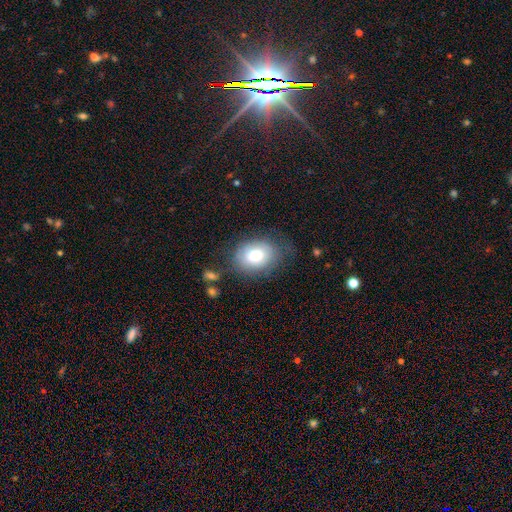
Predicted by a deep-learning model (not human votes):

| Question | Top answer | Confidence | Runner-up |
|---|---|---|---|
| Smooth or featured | smooth | 76% | featured or disk (16%) |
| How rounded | in between | 70% | round (29%) |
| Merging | none | 63% | minor disturbance (23%) |